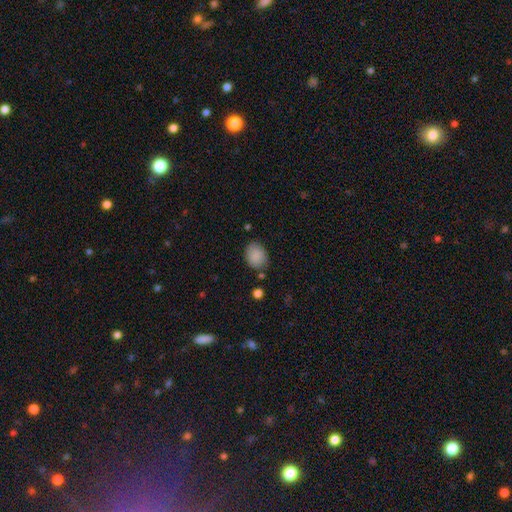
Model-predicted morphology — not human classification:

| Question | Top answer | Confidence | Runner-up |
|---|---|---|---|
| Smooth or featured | smooth | 88% | star or artifact (8%) |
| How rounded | in between | 63% | round (36%) |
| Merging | none | 77% | minor disturbance (16%) |